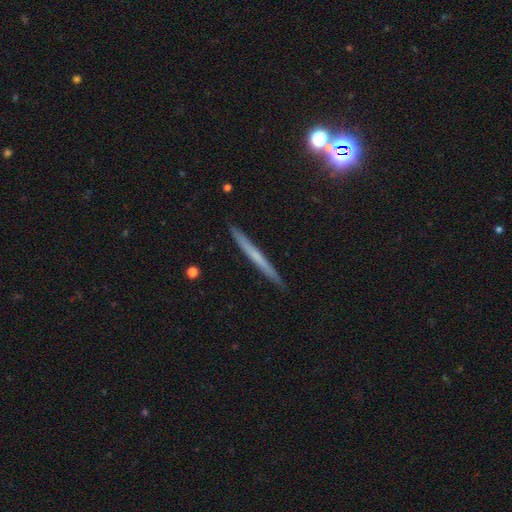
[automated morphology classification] The model was most divided on "smooth or featured": featured or disk: 50%, smooth: 42%, star or artifact: 8%. More confident: merging — none (91%).